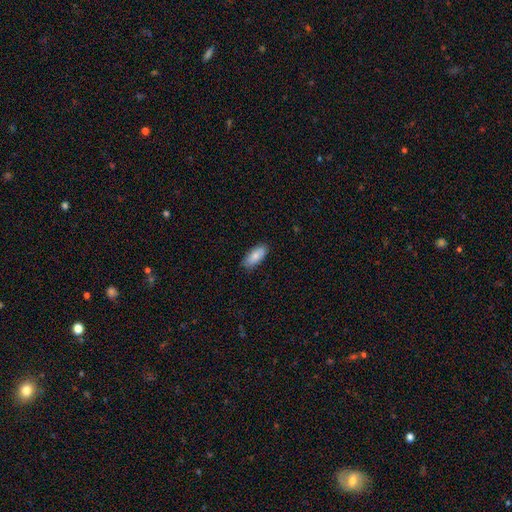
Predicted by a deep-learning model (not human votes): Q: Smooth or featured?
A: smooth (82%); runner-up: featured or disk (12%)
Q: How rounded?
A: in between (88%); runner-up: cigar-shaped (11%)
Q: Merging?
A: none (85%); runner-up: minor disturbance (12%)